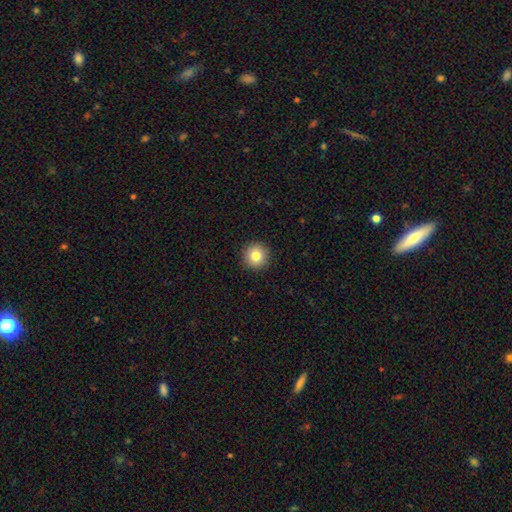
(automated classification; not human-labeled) This is clearly a smooth galaxy (82%). How rounded: clearly round (96%). Merging: clearly none (93%).